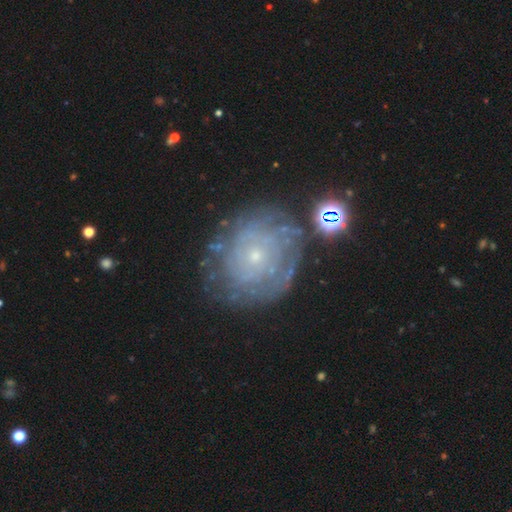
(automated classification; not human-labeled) Smooth or featured: featured or disk — 73% (smooth — 18%)
Edge-on disk: no — 97% (yes — 3%)
Bar: no — 86% (weak — 11%)
Spiral arms: yes — 79% (no — 21%)
Spiral winding: tight — 79% (medium — 15%)
Spiral arm count: can't tell — 57% (2 — 11%)
Bulge size: small — 84% (moderate — 12%)
Merging: none — 72% (minor disturbance — 17%)